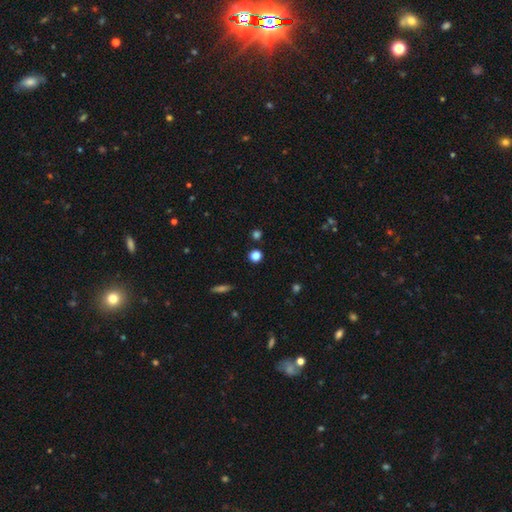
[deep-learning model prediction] smooth 82%, star or artifact 14%, featured or disk 4%. Down the decision tree: how rounded — round (90%); merging — none (88%).